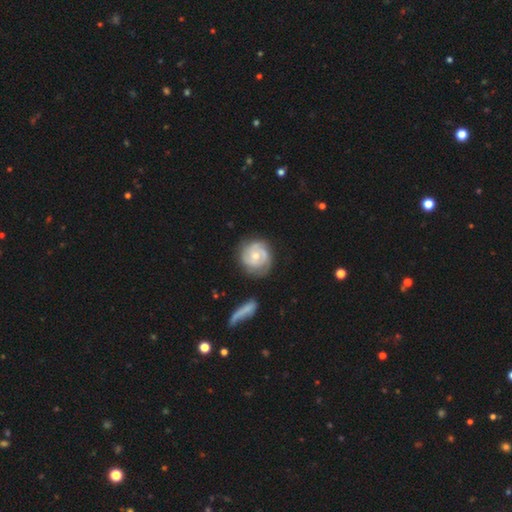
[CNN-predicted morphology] This appears to be a featured or disk galaxy (76%) with no bar (70%), 2 (44%) tight (63%) spiral arms (92%) and a moderate central bulge (58%). Merging: none (70%).